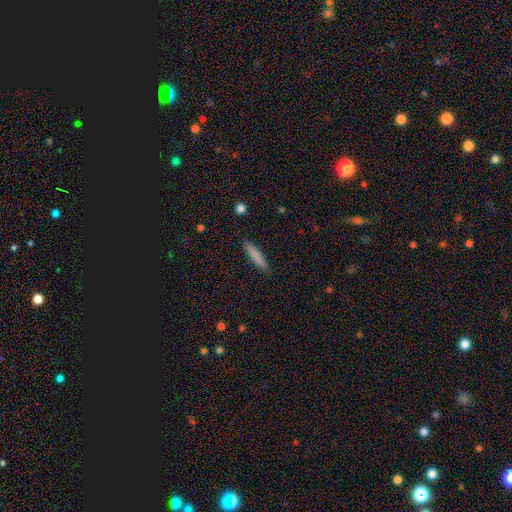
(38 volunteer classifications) Smooth or featured: smooth — 82% (featured or disk — 11%)
How rounded: cigar-shaped — 87% (in between — 13%)
Merging: none — 89% (minor disturbance — 9%)